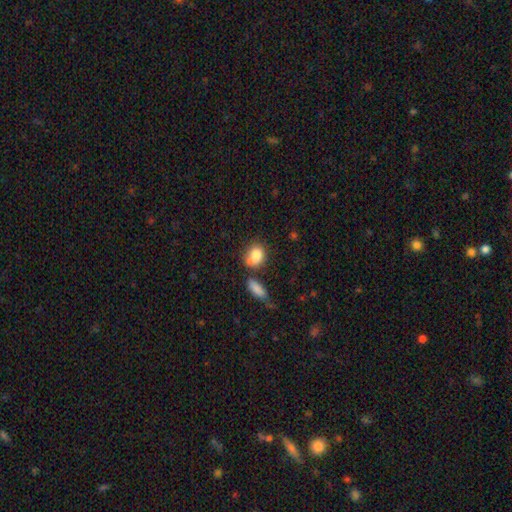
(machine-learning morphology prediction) This appears to be a smooth galaxy with no disk features (80%) that is in between round and cigar-shaped (54%). Merging: none (39%).